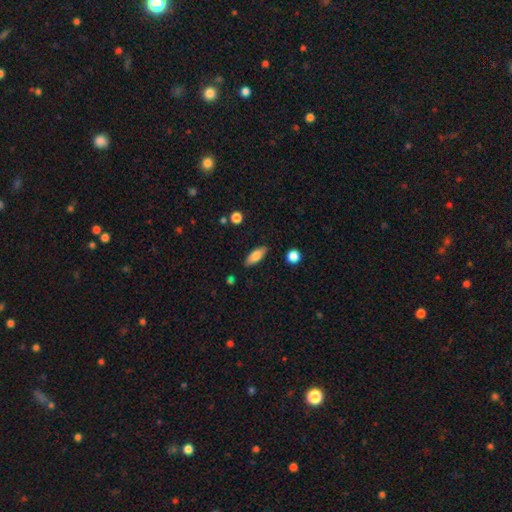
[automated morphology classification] smooth-or-featured: smooth: 79% | featured or disk: 15% | star or artifact: 7%
  how-rounded: in between: 74% | cigar-shaped: 24% | round: 3%
  merging: none: 85% | minor disturbance: 11% | major disturbance: 2% | merger: 2%